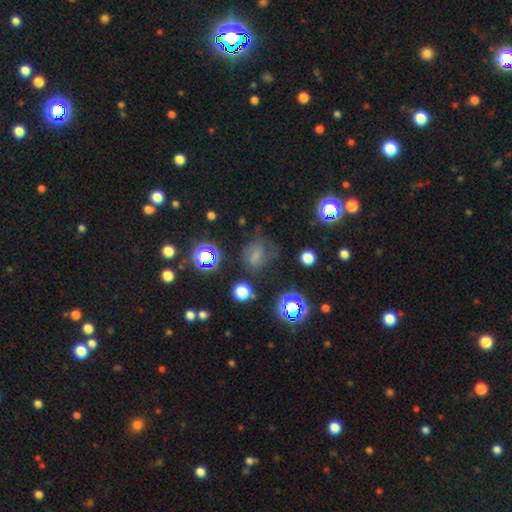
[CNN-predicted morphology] A smooth galaxy with no disk features (49%). Merging: none (47%).